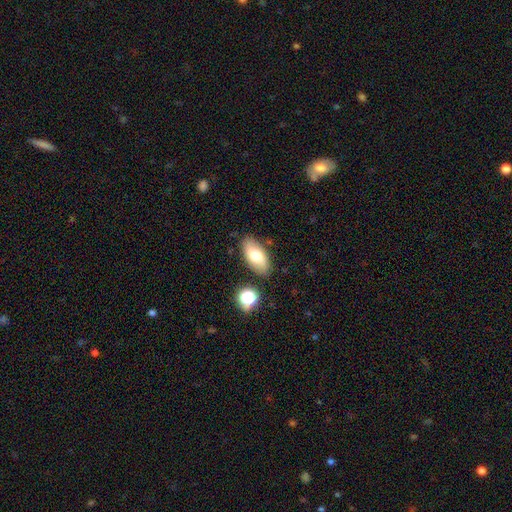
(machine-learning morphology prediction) Q: Smooth or featured?
A: smooth (71%); runner-up: featured or disk (21%)
Q: How rounded?
A: in between (91%); runner-up: cigar-shaped (5%)
Q: Merging?
A: none (82%); runner-up: minor disturbance (11%)